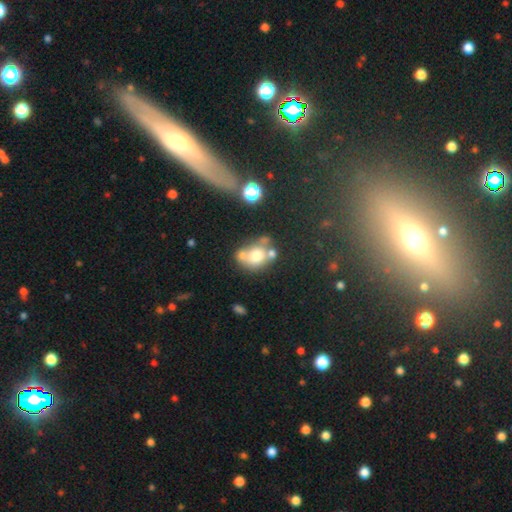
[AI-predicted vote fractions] A smooth galaxy with no disk features (64%) that is round (55%).

Vote fractions:
- Smooth or featured? smooth: 64% / featured or disk: 22% / star or artifact: 14%
- How rounded? round: 55% / in between: 43% / cigar-shaped: 1%
- Merging? none: 40% / merger: 37% / minor disturbance: 15% / major disturbance: 8%